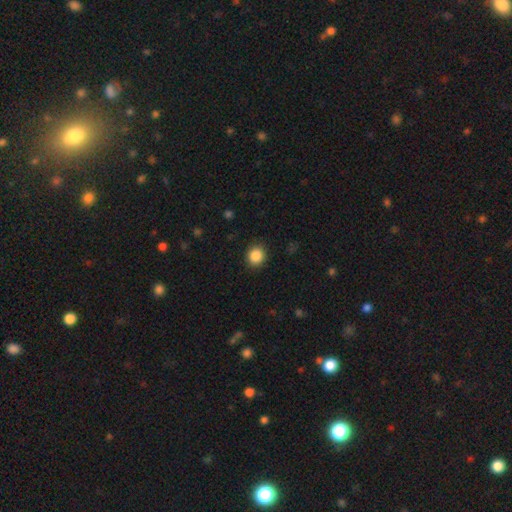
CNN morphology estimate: Q: Smooth or featured?
A: smooth (87%); runner-up: star or artifact (10%)
Q: How rounded?
A: round (86%); runner-up: in between (14%)
Q: Merging?
A: none (90%); runner-up: minor disturbance (7%)